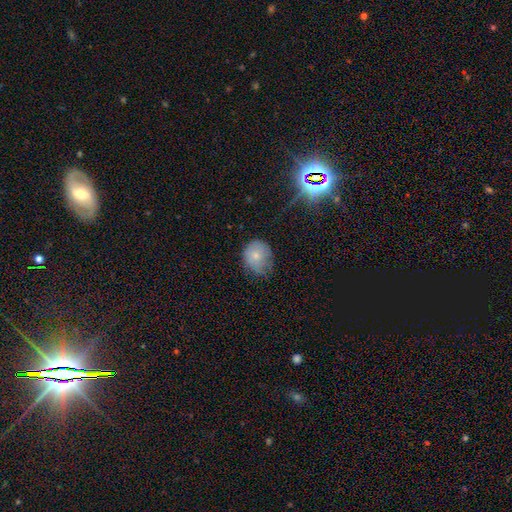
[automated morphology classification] Q: Smooth or featured?
A: smooth (75%); runner-up: featured or disk (15%)
Q: How rounded?
A: round (73%); runner-up: in between (26%)
Q: Merging?
A: none (56%); runner-up: minor disturbance (32%)